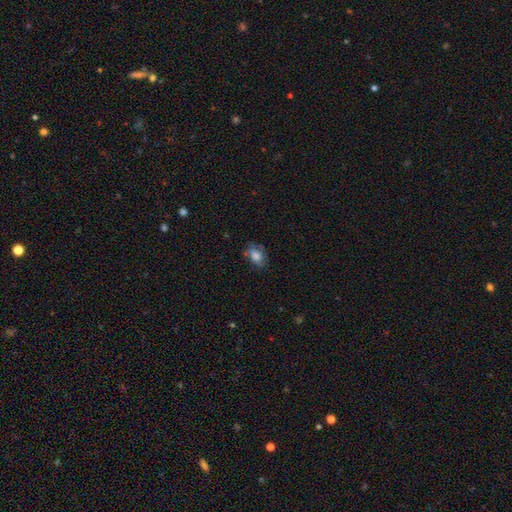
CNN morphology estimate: This is likely a smooth galaxy (66%). How rounded: clearly in between (81%). Merging: likely none (62%).